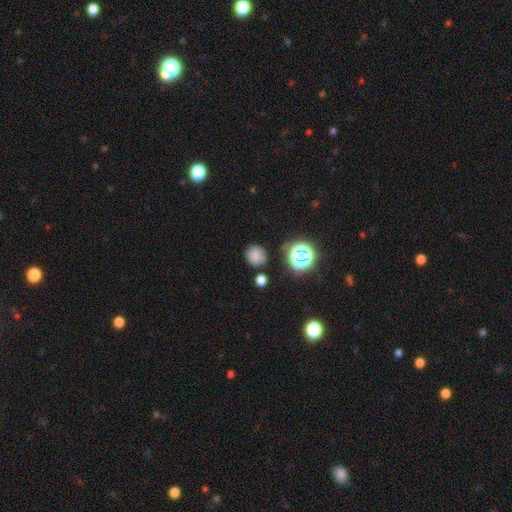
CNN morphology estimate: type=smooth (72%); roundness=round (77%); merging=none (73%).